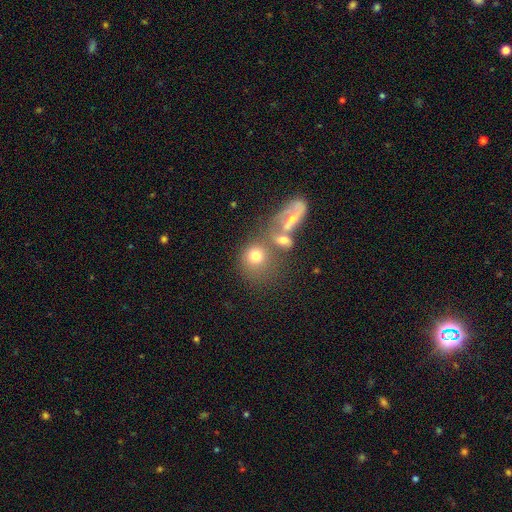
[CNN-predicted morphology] The model was most divided on "merging": none: 40%, merger: 38%, minor disturbance: 12%, major disturbance: 9%. More confident: how rounded — round (72%); smooth or featured — smooth (69%).